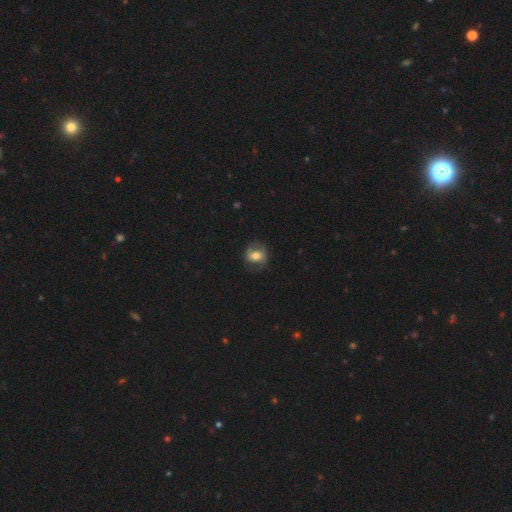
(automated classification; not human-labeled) Smooth or featured: smooth — 55% (featured or disk — 37%)
How rounded: round — 61% (in between — 37%)
Merging: none — 71% (minor disturbance — 18%)